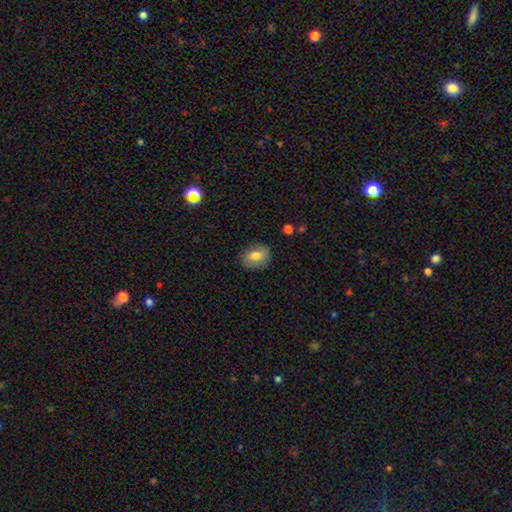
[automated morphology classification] Overall: smooth (75%). How rounded: in between (66%; round 32%). Merging: none (83%).